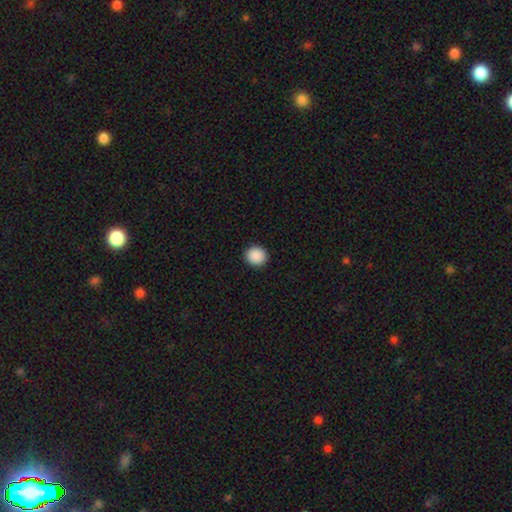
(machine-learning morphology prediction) A smooth galaxy with no disk features (90%) that is round (92%). Merging: none (93%).